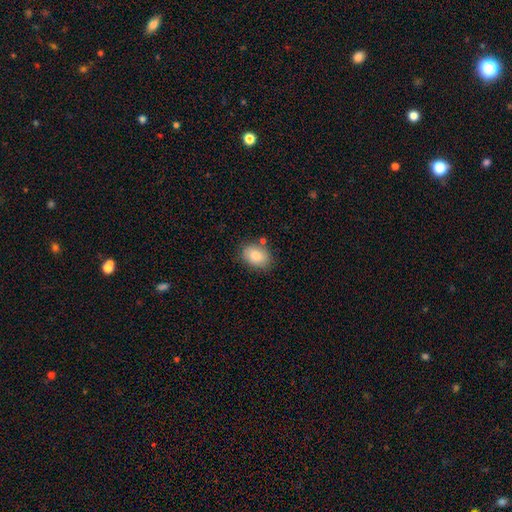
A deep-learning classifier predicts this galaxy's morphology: A smooth galaxy with no disk features (83%) that is in between round and cigar-shaped (78%). Merging: none (76%).